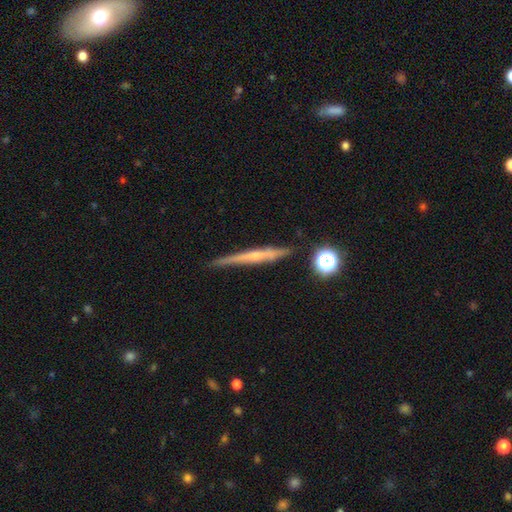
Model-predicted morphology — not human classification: Overall: featured or disk (55%; smooth 36%). Edge-on disk: yes (94%). Edge-on bulge: none (60%; rounded 32%). Merging: none (80%).